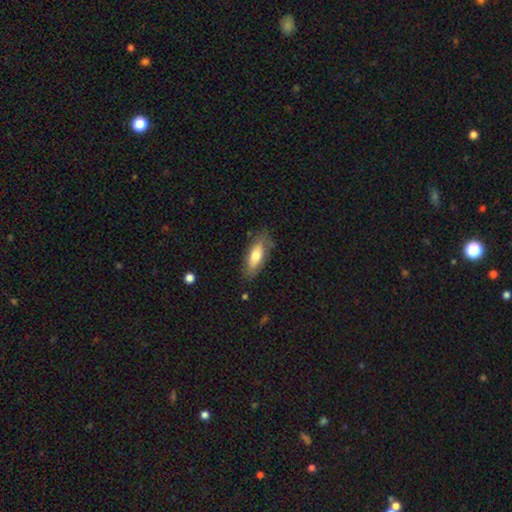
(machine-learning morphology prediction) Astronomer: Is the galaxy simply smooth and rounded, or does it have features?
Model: smooth — 69%.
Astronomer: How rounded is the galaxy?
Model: in between — 67%.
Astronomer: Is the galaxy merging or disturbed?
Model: none — 77%.